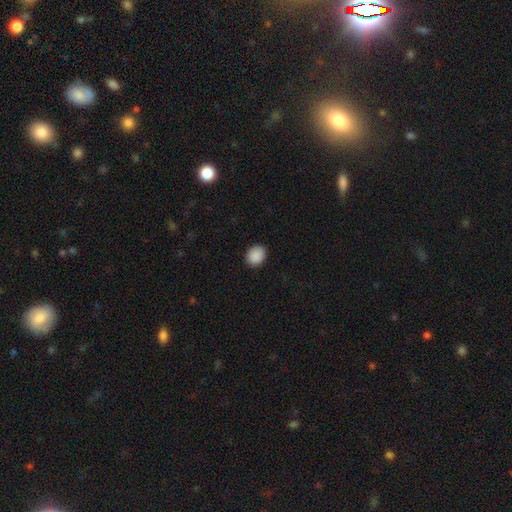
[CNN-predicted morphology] smooth-or-featured: smooth: 90% | star or artifact: 8% | featured or disk: 3%
  how-rounded: round: 53% | in between: 46% | cigar-shaped: 1%
  merging: none: 88% | minor disturbance: 9% | major disturbance: 2% | merger: 1%